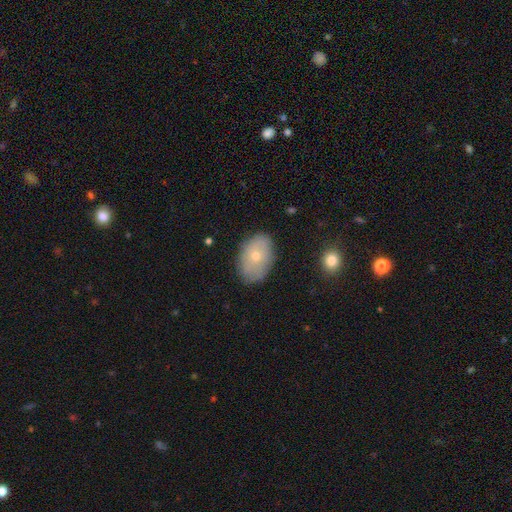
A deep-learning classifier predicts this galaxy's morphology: smooth_or_featured: smooth (p=0.66) [alt: featured or disk p=0.26]
how_rounded: in between (p=0.86) [alt: round p=0.13]
merging: none (p=0.78) [alt: minor disturbance p=0.17]